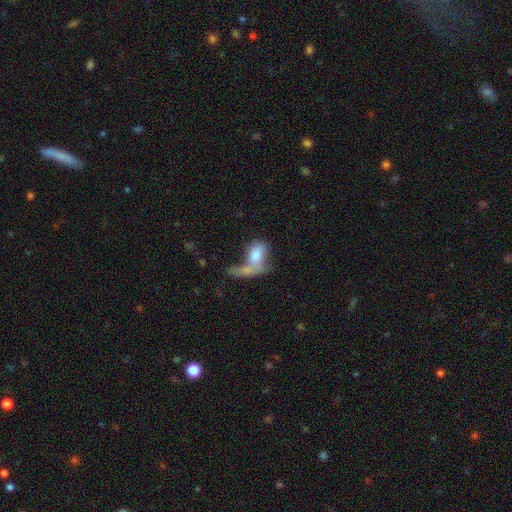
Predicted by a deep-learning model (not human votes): Overall: smooth (66%). How rounded: in between (79%). Merging: merger (44%; major disturbance 29%).